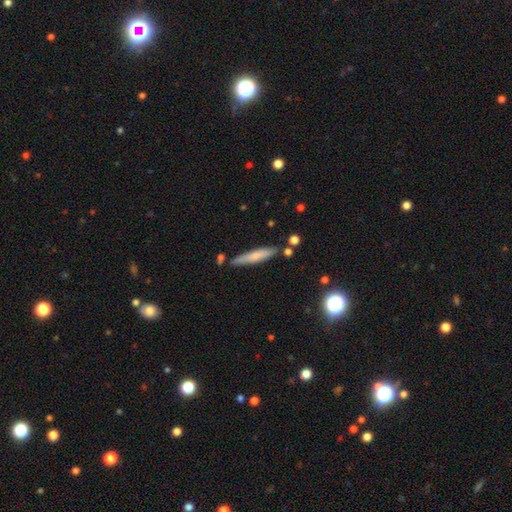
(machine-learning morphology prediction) smooth-or-featured: smooth: 64% | featured or disk: 29% | star or artifact: 7%
  how-rounded: cigar-shaped: 90% | in between: 8% | round: 1%
  merging: none: 80% | minor disturbance: 13% | merger: 5% | major disturbance: 2%